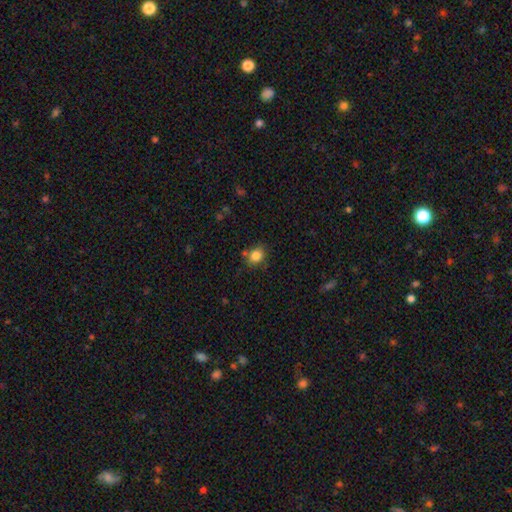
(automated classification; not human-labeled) A smooth galaxy with no disk features (84%) that is round (65%).

Vote fractions:
- Smooth or featured? smooth: 84% / star or artifact: 11% / featured or disk: 6%
- How rounded? round: 65% / in between: 34% / cigar-shaped: 1%
- Merging? none: 71% / minor disturbance: 15% / merger: 10% / major disturbance: 4%